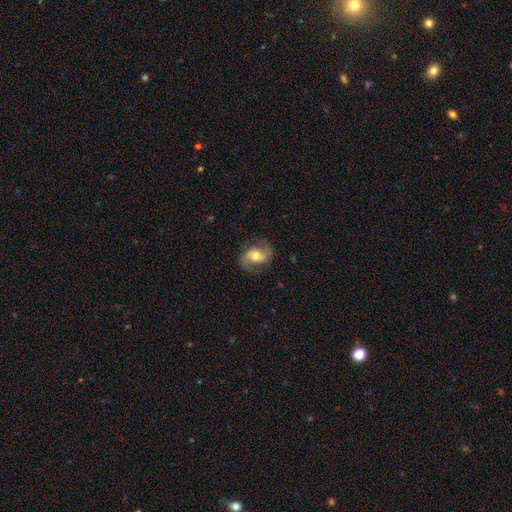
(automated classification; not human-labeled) Smooth or featured: featured or disk — 69% (smooth — 24%)
Edge-on disk: no — 97% (yes — 3%)
Bar: no — 45% (weak — 39%)
Spiral arms: yes — 91% (no — 9%)
Spiral winding: loose — 47% (medium — 41%)
Spiral arm count: 2 — 89% (can't tell — 4%)
Bulge size: moderate — 67% (small — 17%)
Merging: none — 76% (minor disturbance — 15%)